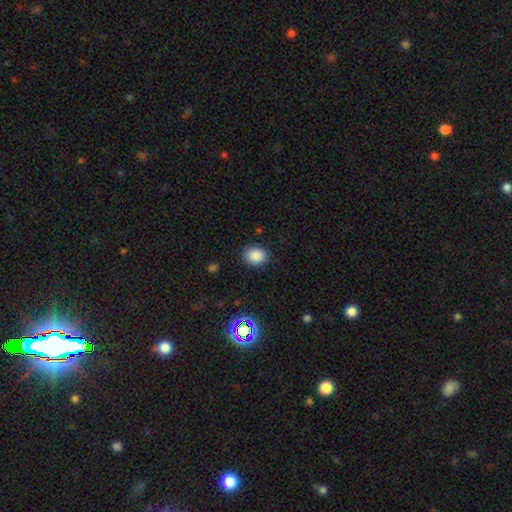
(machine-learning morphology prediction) This is clearly a smooth galaxy (85%). How rounded: possibly in between (55%). Merging: clearly none (86%).